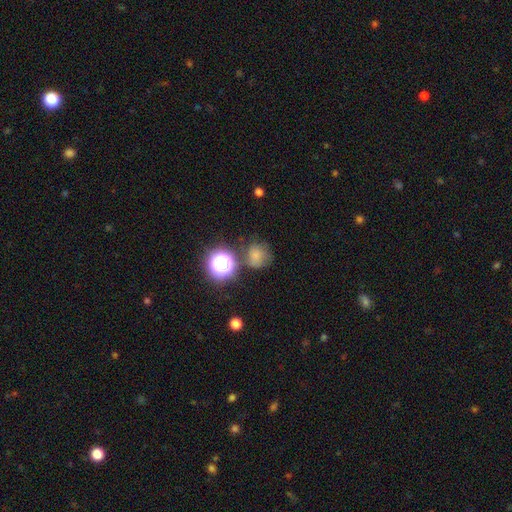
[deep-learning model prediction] Smooth or featured?
  - smooth: 67% *
  - star or artifact: 21%
  - featured or disk: 12%
How rounded?
  - round: 82% *
  - in between: 17%
  - cigar-shaped: 1%
Merging?
  - none: 61% *
  - minor disturbance: 18%
  - merger: 12%
  - major disturbance: 9%